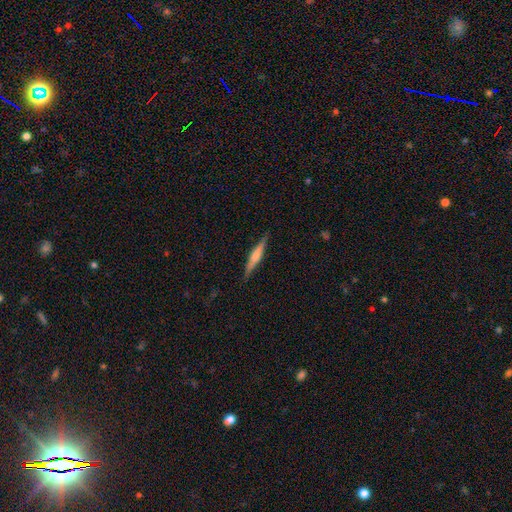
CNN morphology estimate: Smooth or featured: featured or disk — 56% (smooth — 38%)
Edge-on disk: yes — 97% (no — 3%)
Edge-on bulge: rounded — 53% (boxy — 29%)
Merging: none — 89% (minor disturbance — 8%)